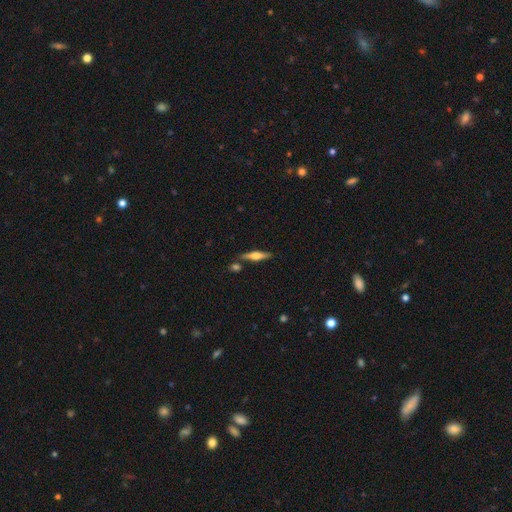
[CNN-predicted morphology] Smooth or featured: featured or disk — 55% (smooth — 38%)
Edge-on disk: yes — 96% (no — 4%)
Edge-on bulge: rounded — 84% (boxy — 12%)
Merging: none — 80% (minor disturbance — 10%)